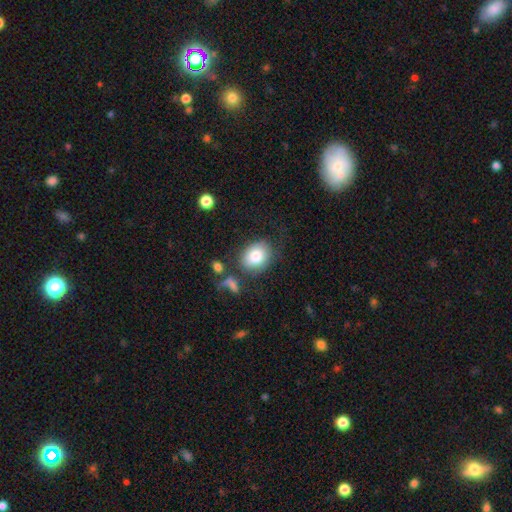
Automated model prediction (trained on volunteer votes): Smooth or featured: smooth — 81% (featured or disk — 11%)
How rounded: in between — 58% (round — 41%)
Merging: none — 67% (minor disturbance — 17%)